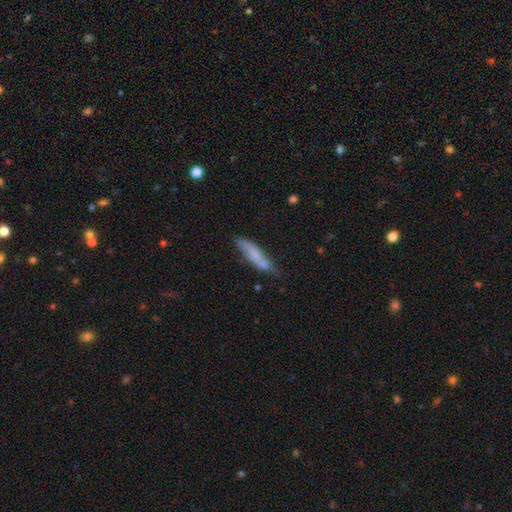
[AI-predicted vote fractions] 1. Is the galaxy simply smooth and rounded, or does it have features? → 69% smooth, 24% featured or disk, 7% star or artifact.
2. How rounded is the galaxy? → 80% cigar-shaped, 18% in between, 2% round.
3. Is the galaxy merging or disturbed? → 62% none, 27% minor disturbance, 6% major disturbance, 4% merger.